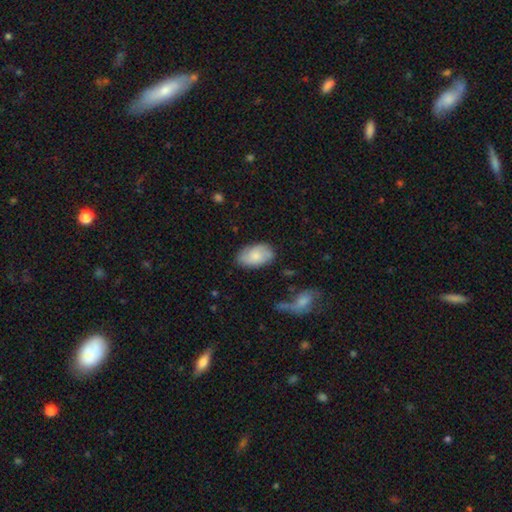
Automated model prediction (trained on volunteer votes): This is likely a smooth galaxy (62%). How rounded: clearly in between (92%). Merging: likely none (75%).